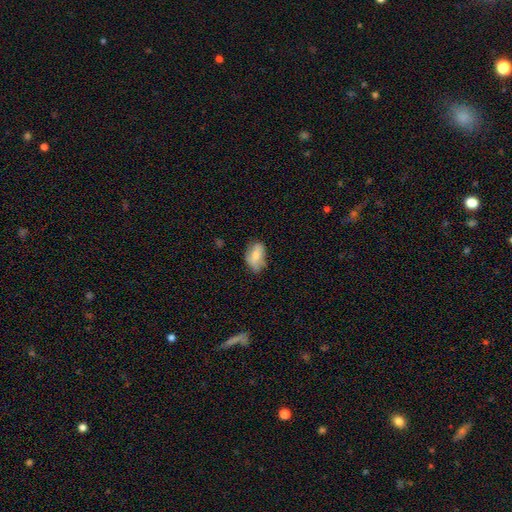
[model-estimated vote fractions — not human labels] smooth 75%, featured or disk 18%, star or artifact 7%. Down the decision tree: how rounded — in between (90%); merging — none (60%).